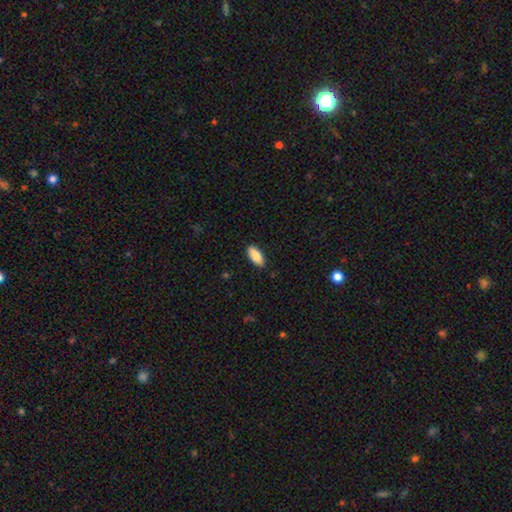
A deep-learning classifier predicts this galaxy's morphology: Overall: smooth (87%). How rounded: in between (84%). Merging: none (88%).